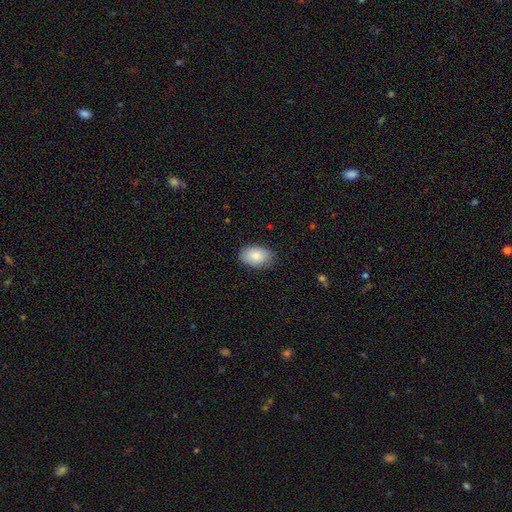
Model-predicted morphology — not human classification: This is clearly a smooth galaxy (85%). How rounded: clearly in between (88%). Merging: clearly none (83%).